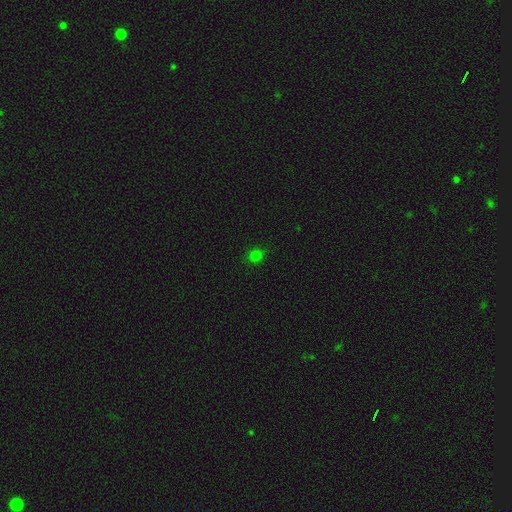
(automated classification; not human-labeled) This appears to be a smooth galaxy with no disk features (75%) that is round (85%). Merging: none (87%).